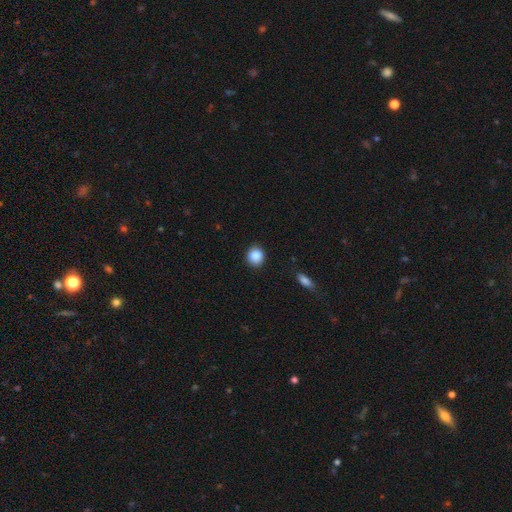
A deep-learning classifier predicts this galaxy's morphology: The model was most divided on "how rounded": round: 83%, in between: 16%, cigar-shaped: 1%. More confident: merging — none (90%); smooth or featured — smooth (87%).